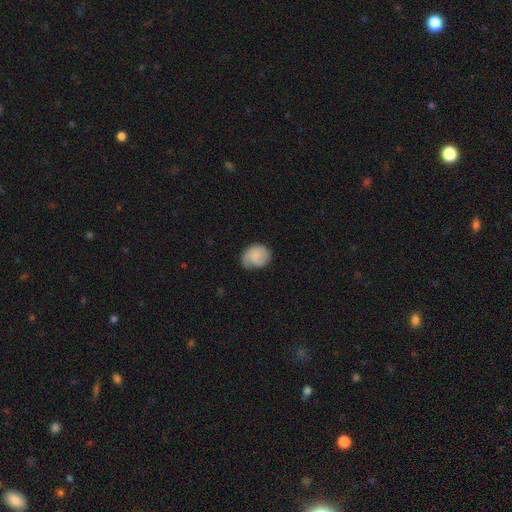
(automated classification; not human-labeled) Overall: smooth (63%; featured or disk 30%). How rounded: round (64%; in between 35%). Merging: none (58%; minor disturbance 30%).